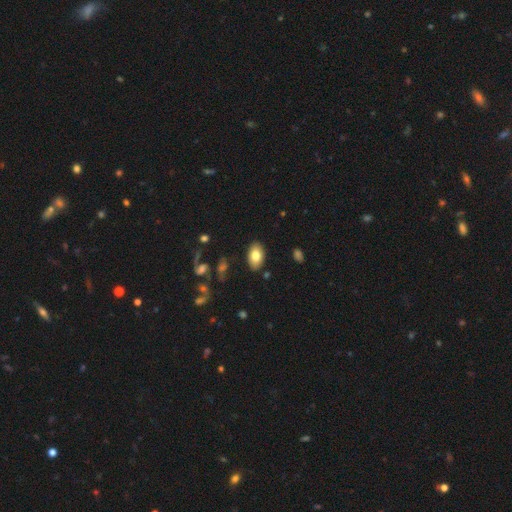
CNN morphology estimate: A smooth galaxy with no disk features (79%) that is in between round and cigar-shaped (93%). Merging: none (87%).